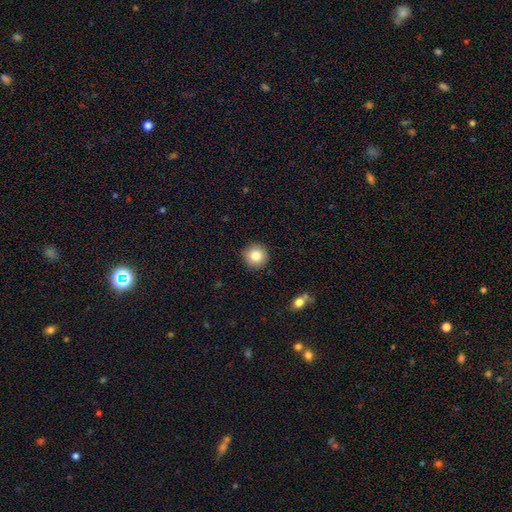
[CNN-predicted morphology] smooth_or_featured: smooth (p=0.83) [alt: star or artifact p=0.10]
how_rounded: round (p=0.95) [alt: in between p=0.04]
merging: none (p=0.91) [alt: minor disturbance p=0.06]